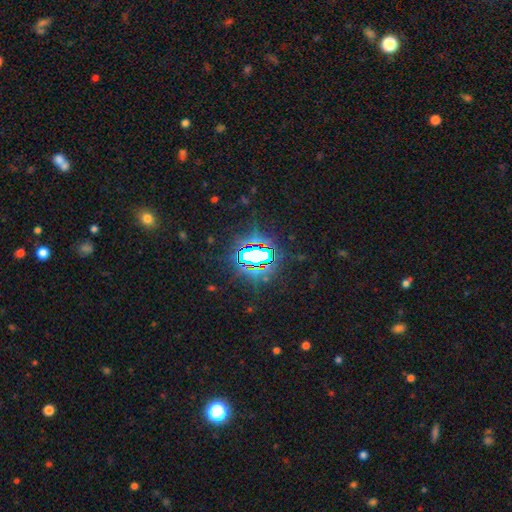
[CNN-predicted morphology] A star or artifact, not a galaxy (77%).

Vote fractions:
- Smooth or featured? star or artifact: 77% / smooth: 12% / featured or disk: 10%